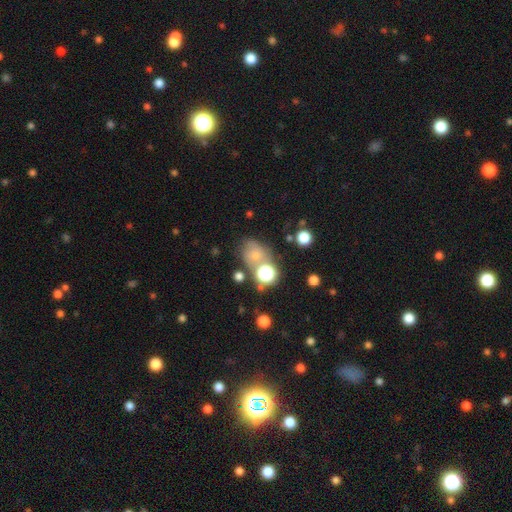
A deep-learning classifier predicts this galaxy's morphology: A smooth galaxy with no disk features (60%) that is round (57%).

Vote fractions:
- Smooth or featured? smooth: 60% / star or artifact: 23% / featured or disk: 18%
- How rounded? round: 57% / in between: 41% / cigar-shaped: 1%
- Merging? none: 50% / merger: 21% / minor disturbance: 19% / major disturbance: 11%